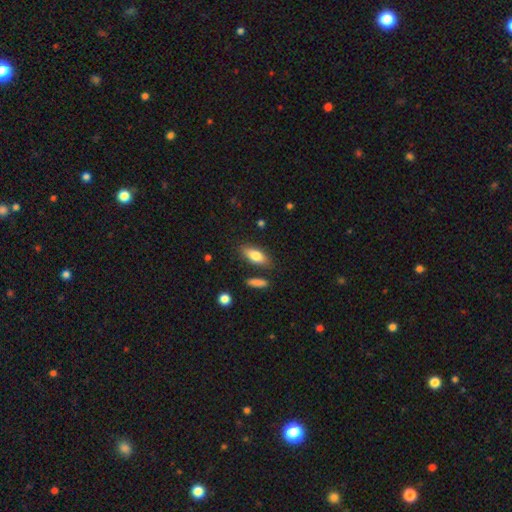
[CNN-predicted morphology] Overall: smooth (76%). How rounded: in between (71%). Merging: none (81%).